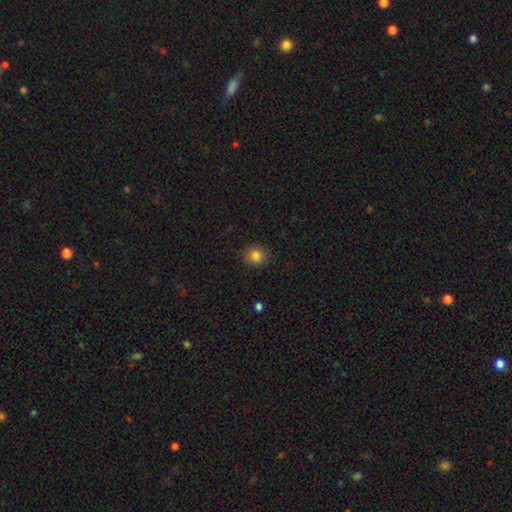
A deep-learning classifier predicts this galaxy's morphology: A smooth galaxy with no disk features (83%) that is round (82%).

Vote fractions:
- Smooth or featured? smooth: 83% / star or artifact: 11% / featured or disk: 5%
- How rounded? round: 82% / in between: 17% / cigar-shaped: 1%
- Merging? none: 89% / minor disturbance: 7% / major disturbance: 2% / merger: 1%